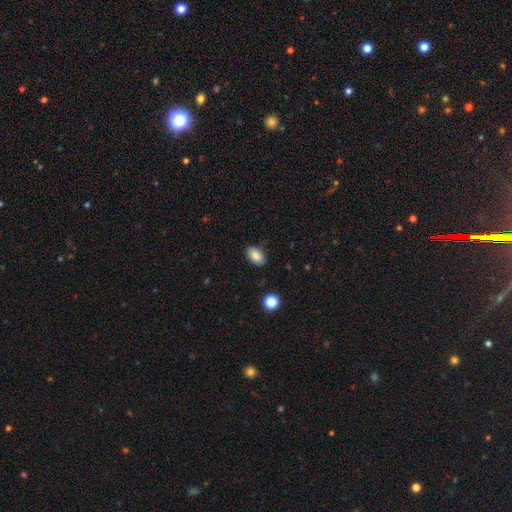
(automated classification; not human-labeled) Smooth or featured? Predicted: smooth (p=0.84). How rounded? Predicted: in between (p=0.90). Merging? Predicted: none (p=0.85).